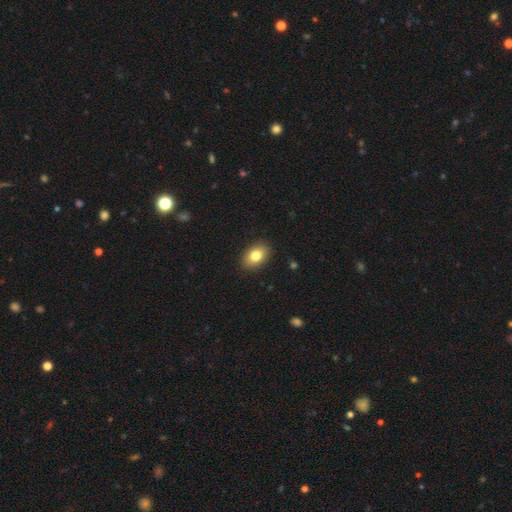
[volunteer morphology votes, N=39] This appears to be a smooth galaxy with no disk features (77%) that is in between round and cigar-shaped (80%). Merging: none (86%).